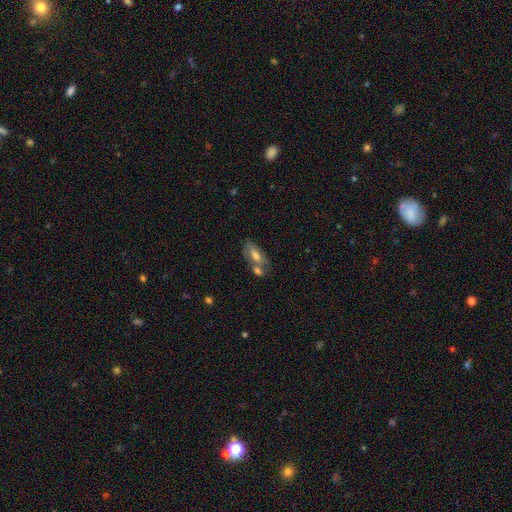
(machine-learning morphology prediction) Smooth or featured? Predicted: smooth (p=0.54). How rounded? Predicted: in between (p=0.76). Merging? Predicted: none (p=0.47).